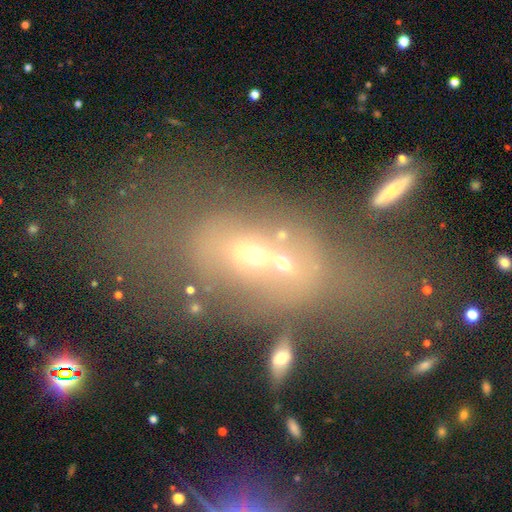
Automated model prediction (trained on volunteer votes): Smooth or featured? smooth (44%)
Merging? merger (48%)